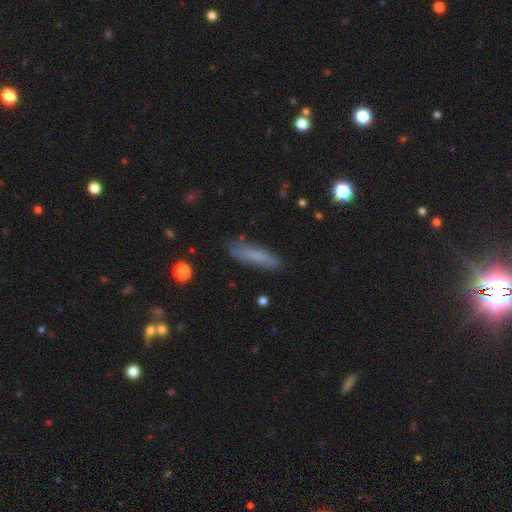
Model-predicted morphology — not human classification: Smooth or featured?
  - smooth: 72% *
  - featured or disk: 20%
  - star or artifact: 9%
How rounded?
  - cigar-shaped: 75% *
  - in between: 23%
  - round: 2%
Merging?
  - none: 79% *
  - minor disturbance: 15%
  - major disturbance: 4%
  - merger: 2%